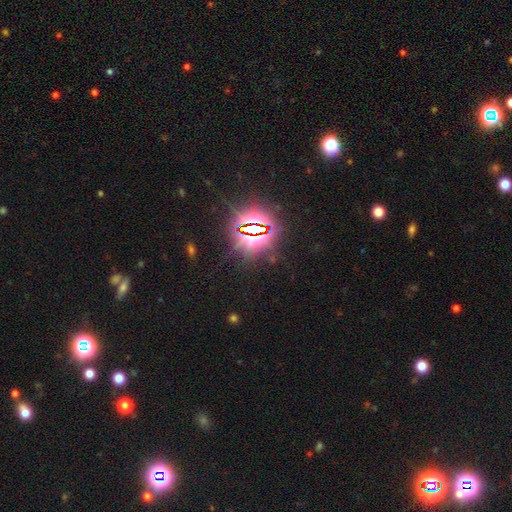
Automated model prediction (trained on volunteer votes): Smooth or featured? star or artifact (83%)